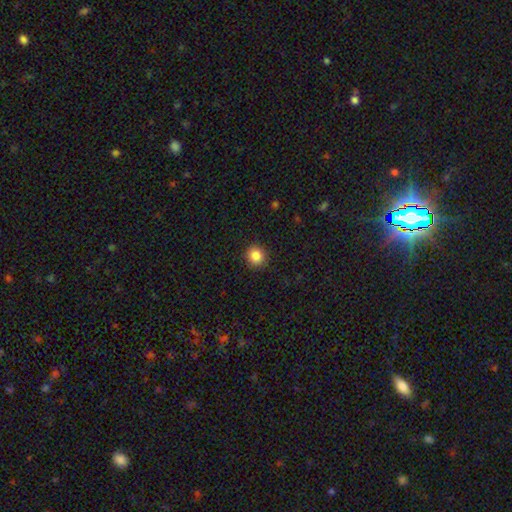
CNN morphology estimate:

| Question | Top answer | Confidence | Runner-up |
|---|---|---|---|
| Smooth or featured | smooth | 86% | star or artifact (10%) |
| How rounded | round | 90% | in between (9%) |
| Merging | none | 91% | minor disturbance (6%) |